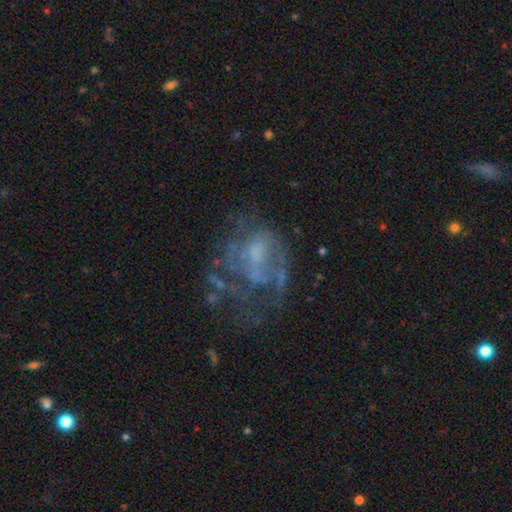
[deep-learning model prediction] Q: Smooth or featured?
A: featured or disk (69%); runner-up: smooth (18%)
Q: Edge-on disk?
A: no (98%); runner-up: yes (2%)
Q: Bar?
A: no (66%); runner-up: weak (28%)
Q: Spiral arms?
A: no (53%); runner-up: yes (47%)
Q: Bulge size?
A: small (32%); runner-up: none (31%)
Q: Merging?
A: none (40%); runner-up: major disturbance (36%)